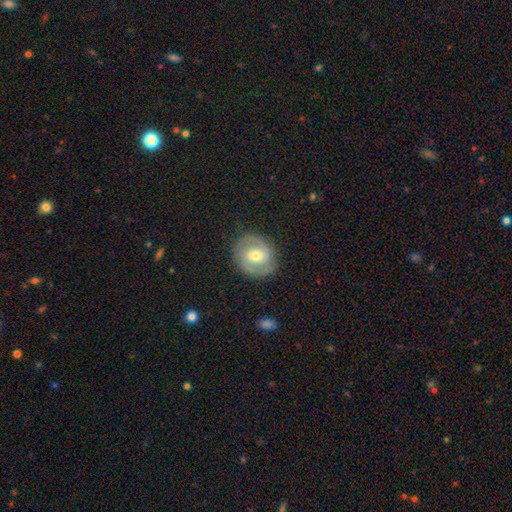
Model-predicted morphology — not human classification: Smooth or featured? featured or disk (76%)
Edge-on disk? no (97%)
Bar? weak (45%)
Spiral arms? yes (87%)
Spiral winding? tight (47%)
Spiral arm count? 2 (87%)
Bulge size? moderate (60%)
Merging? none (85%)